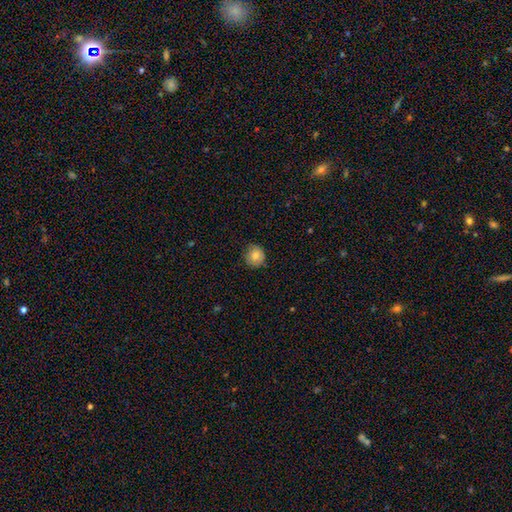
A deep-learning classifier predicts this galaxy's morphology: Overall: smooth (81%). How rounded: round (89%). Merging: none (81%).